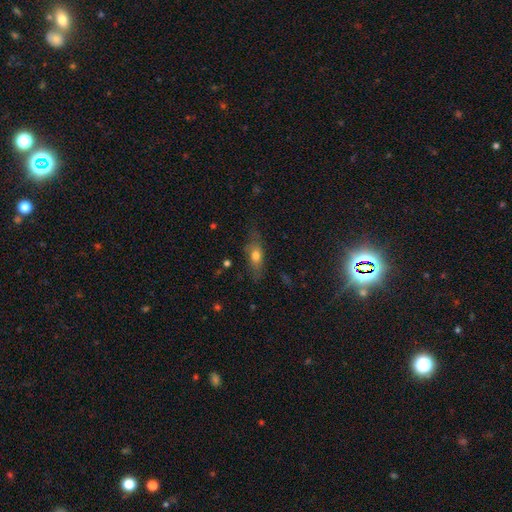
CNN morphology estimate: This appears to be a smooth galaxy with no disk features (66%) that is in between round and cigar-shaped (66%). Merging: none (67%).